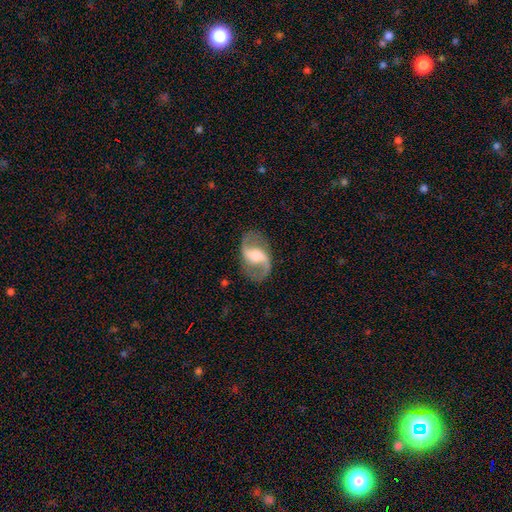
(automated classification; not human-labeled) Smooth or featured?
  - featured or disk: 88% *
  - smooth: 7%
  - star or artifact: 5%
Edge-on disk?
  - no: 97% *
  - yes: 3%
Bar?
  - weak: 44% *
  - no: 29%
  - strong: 27%
Spiral arms?
  - yes: 96% *
  - no: 4%
Spiral winding?
  - loose: 58% *
  - medium: 35%
  - tight: 7%
Spiral arm count?
  - 2: 93% *
  - 1: 2%
  - can't tell: 2%
  - 3: 1%
  - 4: 1%
  - more than 4: 1%
Bulge size?
  - moderate: 40% *
  - large: 26%
  - small: 21%
  - none: 10%
  - dominant: 4%
Merging?
  - none: 82% *
  - minor disturbance: 11%
  - major disturbance: 6%
  - merger: 1%